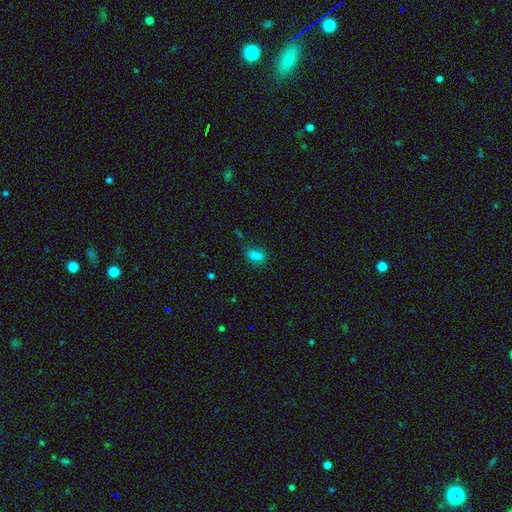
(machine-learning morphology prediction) This is clearly a smooth galaxy (81%). How rounded: clearly in between (81%). Merging: likely none (75%).